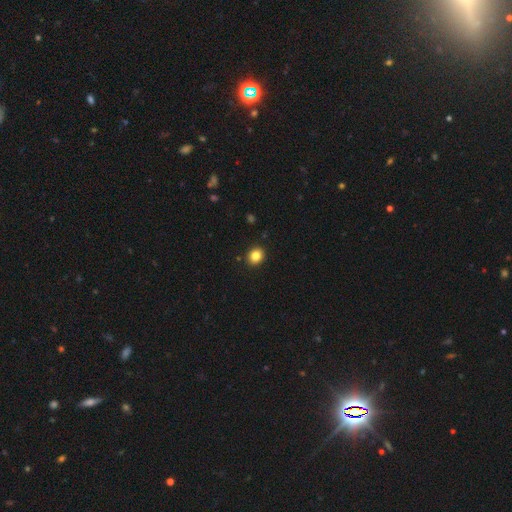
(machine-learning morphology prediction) A smooth galaxy with no disk features (84%) that is round (73%). Merging: none (91%).